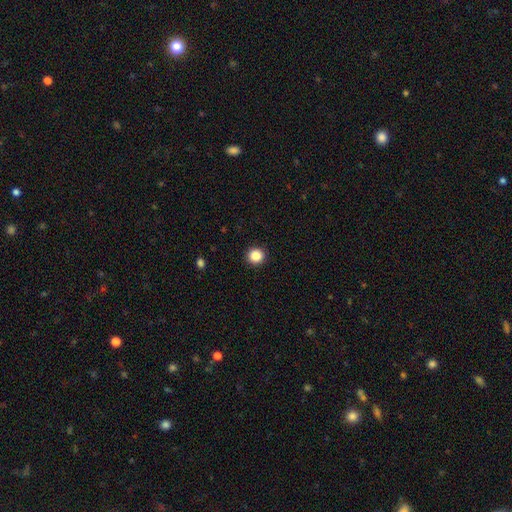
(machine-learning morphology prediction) smooth_or_featured: smooth (p=0.86) [alt: star or artifact p=0.10]
how_rounded: round (p=0.92) [alt: in between p=0.07]
merging: none (p=0.93) [alt: minor disturbance p=0.05]